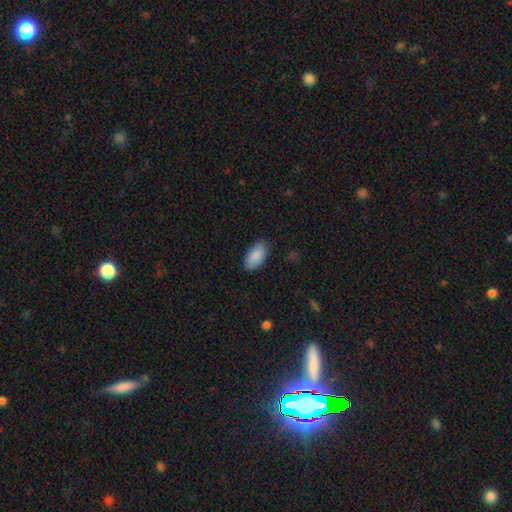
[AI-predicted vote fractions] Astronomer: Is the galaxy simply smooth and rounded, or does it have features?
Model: smooth — 88%.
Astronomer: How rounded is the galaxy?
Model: in between — 95%.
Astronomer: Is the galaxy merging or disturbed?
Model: none — 85%.